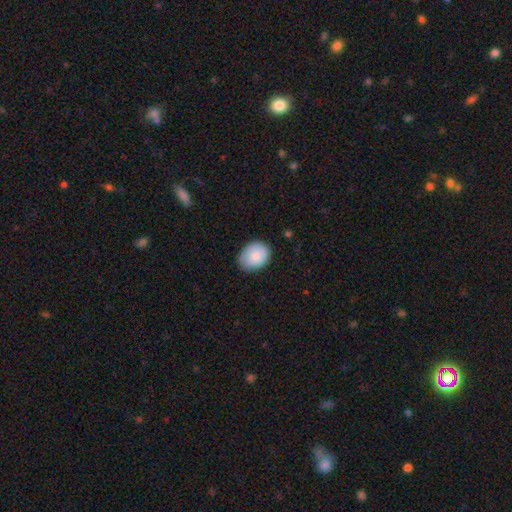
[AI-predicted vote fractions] Smooth or featured: smooth — 84% (featured or disk — 9%)
How rounded: in between — 58% (round — 42%)
Merging: none — 75% (minor disturbance — 20%)